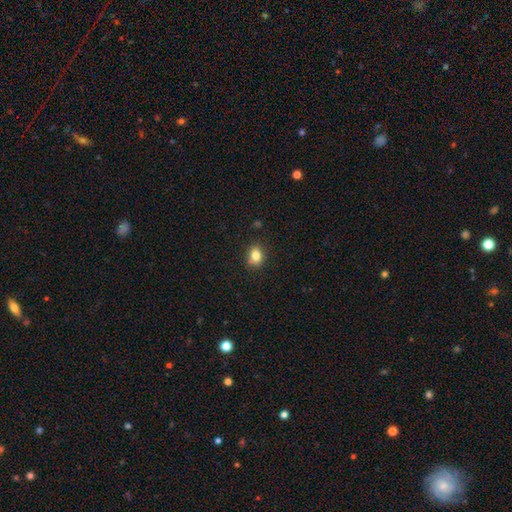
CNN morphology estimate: smooth 81%, star or artifact 10%, featured or disk 8%. Down the decision tree: how rounded — in between (63%); merging — none (78%).